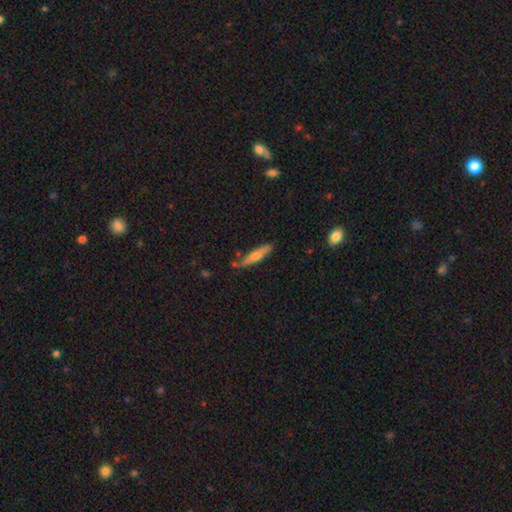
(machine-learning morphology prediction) Smooth or featured: smooth — 60% (featured or disk — 34%)
How rounded: cigar-shaped — 82% (in between — 16%)
Merging: none — 73% (minor disturbance — 18%)